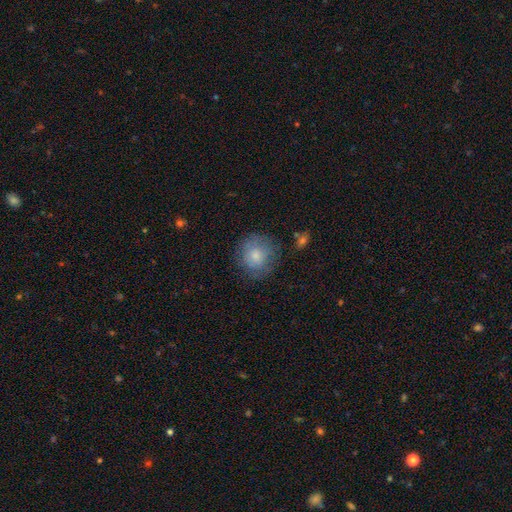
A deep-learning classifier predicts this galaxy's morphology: Smooth or featured? smooth (75%)
How rounded? round (89%)
Merging? none (74%)